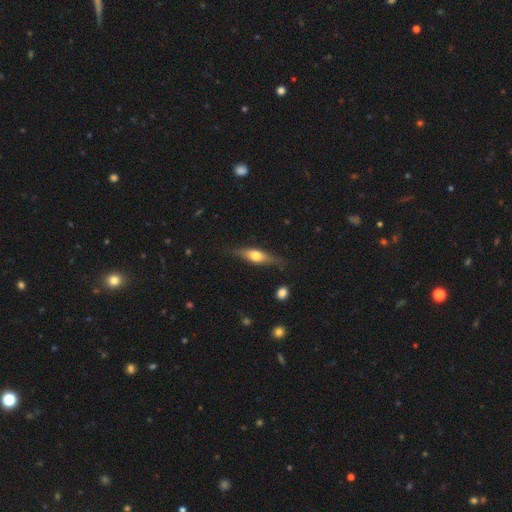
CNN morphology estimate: Smooth or featured?
  - featured or disk: 49% *
  - smooth: 45%
  - star or artifact: 6%
Merging?
  - none: 77% *
  - minor disturbance: 17%
  - major disturbance: 4%
  - merger: 2%